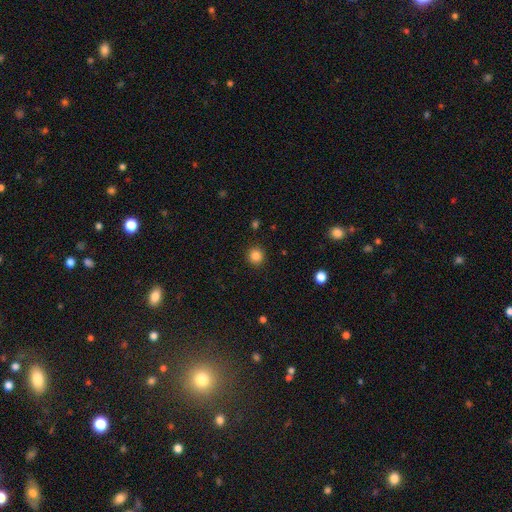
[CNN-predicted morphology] smooth_or_featured: smooth (p=0.85) [alt: star or artifact p=0.12]
how_rounded: round (p=0.93) [alt: in between p=0.06]
merging: none (p=0.92) [alt: minor disturbance p=0.05]